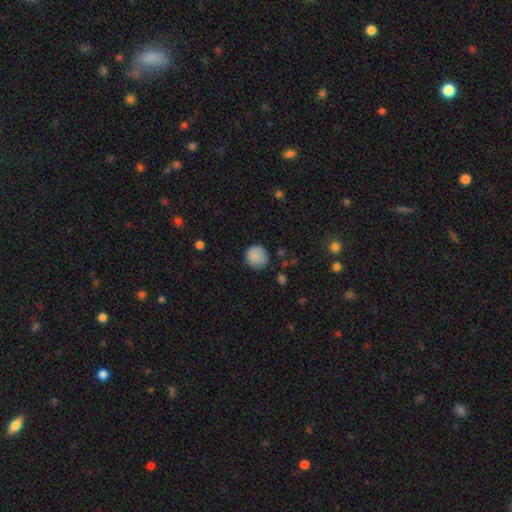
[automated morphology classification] This appears to be a smooth galaxy with no disk features (86%) that is round (90%). Merging: none (77%).